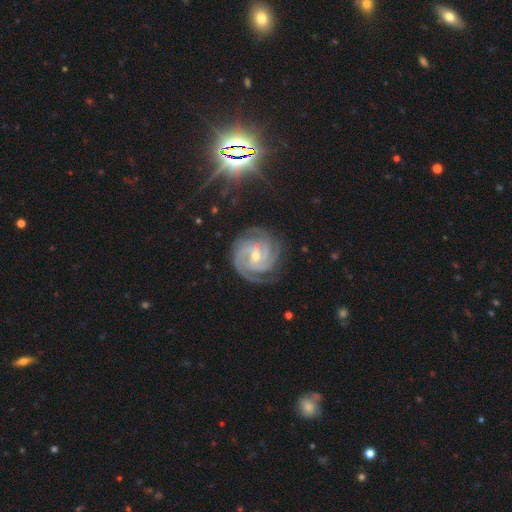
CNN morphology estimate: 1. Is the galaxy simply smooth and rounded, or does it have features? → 91% featured or disk, 5% star or artifact, 4% smooth.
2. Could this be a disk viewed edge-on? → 98% no, 2% yes.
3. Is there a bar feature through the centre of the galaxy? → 46% weak, 31% no, 23% strong.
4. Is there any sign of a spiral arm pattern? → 99% yes, 1% no.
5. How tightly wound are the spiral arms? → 76% tight, 22% medium, 3% loose.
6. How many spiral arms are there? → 37% 3, 24% 4, 14% 2, 12% can't tell, 7% more than 4, 6% 1.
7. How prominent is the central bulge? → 61% small, 36% moderate, 1% none, 1% large, 1% dominant.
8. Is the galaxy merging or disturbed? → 79% none, 14% minor disturbance, 5% major disturbance, 2% merger.